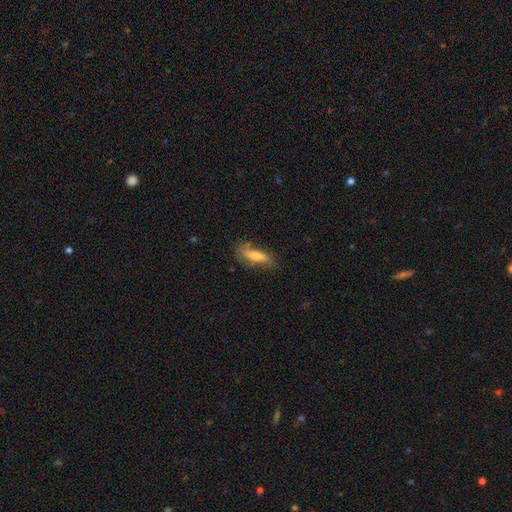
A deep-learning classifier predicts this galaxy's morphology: Overall: smooth (51%; featured or disk 39%). How rounded: cigar-shaped (53%; in between 45%). Merging: none (71%).